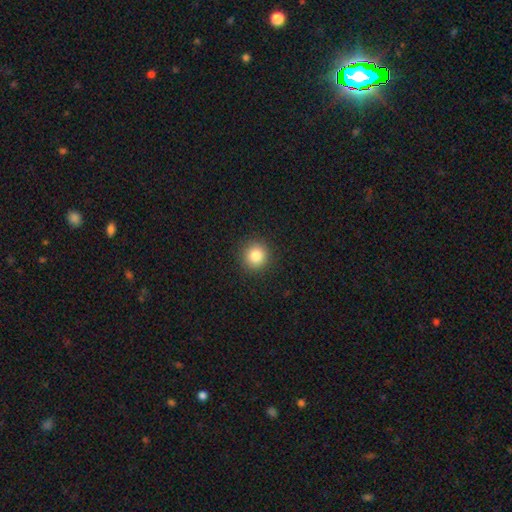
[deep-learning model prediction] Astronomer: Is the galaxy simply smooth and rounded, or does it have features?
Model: smooth — 84%.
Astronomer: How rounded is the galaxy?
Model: round — 93%.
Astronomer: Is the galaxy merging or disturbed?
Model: none — 92%.